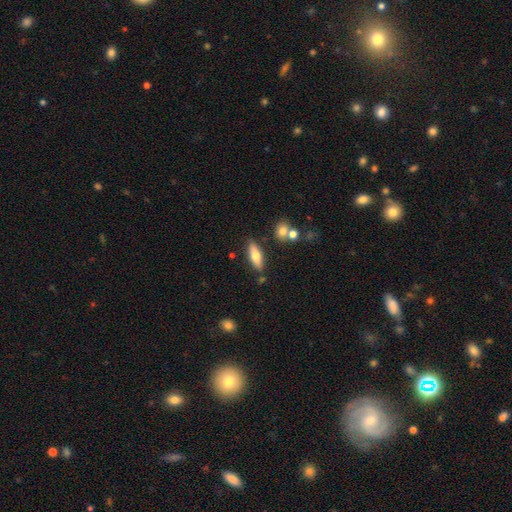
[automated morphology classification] Smooth or featured?
  - smooth: 61% *
  - featured or disk: 32%
  - star or artifact: 7%
How rounded?
  - in between: 58% *
  - cigar-shaped: 39%
  - round: 3%
Merging?
  - none: 81% *
  - minor disturbance: 11%
  - merger: 5%
  - major disturbance: 3%